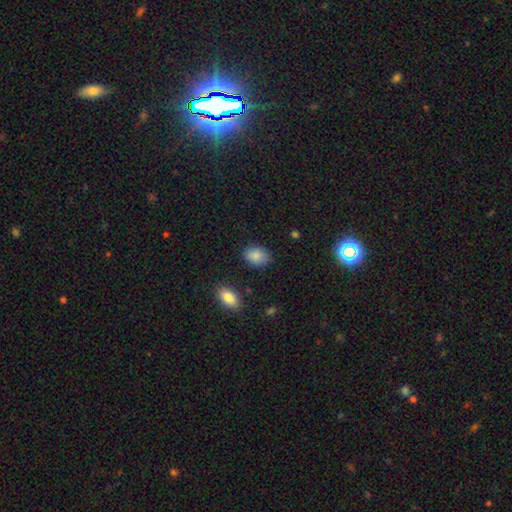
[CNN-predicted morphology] smooth 87%, star or artifact 7%, featured or disk 6%. Down the decision tree: how rounded — in between (78%); merging — none (83%).